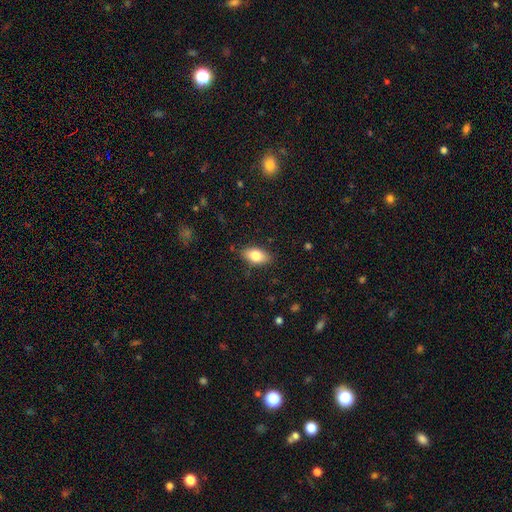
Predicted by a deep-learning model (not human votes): Q: Smooth or featured?
A: smooth (79%); runner-up: featured or disk (14%)
Q: How rounded?
A: in between (89%); runner-up: round (6%)
Q: Merging?
A: none (84%); runner-up: minor disturbance (12%)